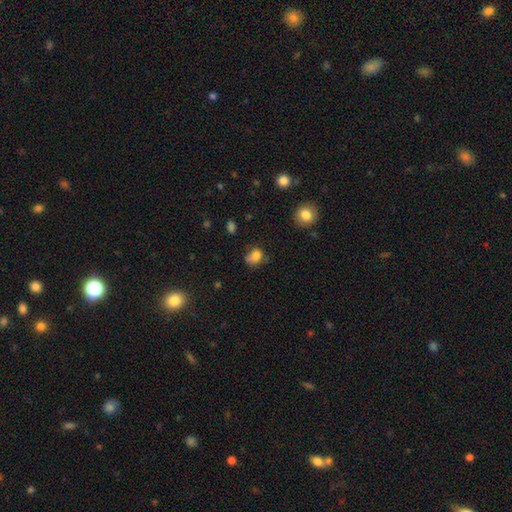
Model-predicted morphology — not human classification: Overall: smooth (77%). How rounded: in between (51%; round 48%). Merging: none (42%; minor disturbance 31%).